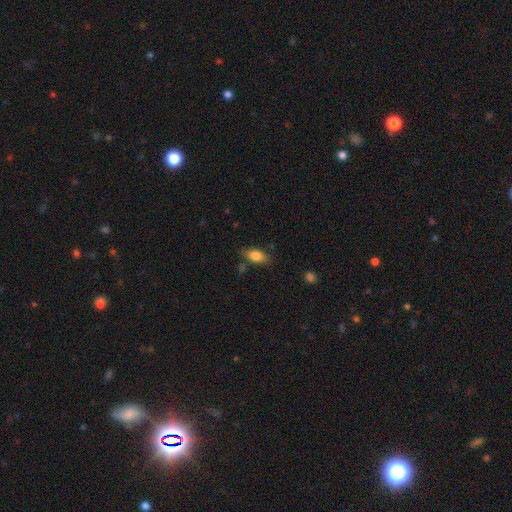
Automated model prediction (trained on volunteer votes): smooth 81%, featured or disk 11%, star or artifact 8%. Down the decision tree: how rounded — in between (85%); merging — none (77%).